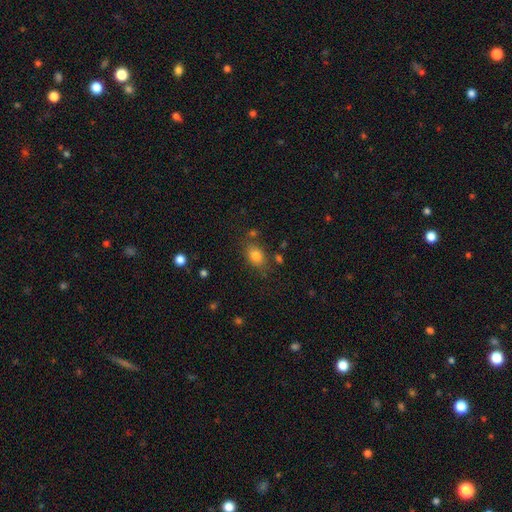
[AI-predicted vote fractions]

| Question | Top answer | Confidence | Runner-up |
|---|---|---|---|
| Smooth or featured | smooth | 79% | star or artifact (12%) |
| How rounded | in between | 71% | round (27%) |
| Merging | none | 74% | minor disturbance (15%) |